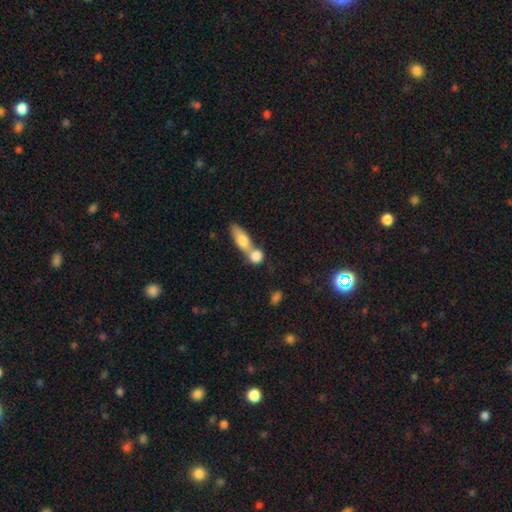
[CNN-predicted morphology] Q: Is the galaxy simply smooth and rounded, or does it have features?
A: smooth — 78%.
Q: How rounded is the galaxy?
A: in between — 52%.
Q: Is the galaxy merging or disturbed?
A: merger — 69%.